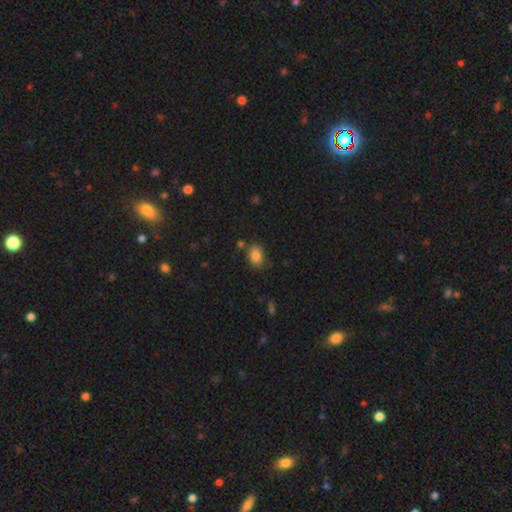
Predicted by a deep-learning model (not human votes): smooth_or_featured: smooth (p=0.84) [alt: star or artifact p=0.10]
how_rounded: in between (p=0.71) [alt: round p=0.27]
merging: none (p=0.72) [alt: minor disturbance p=0.17]